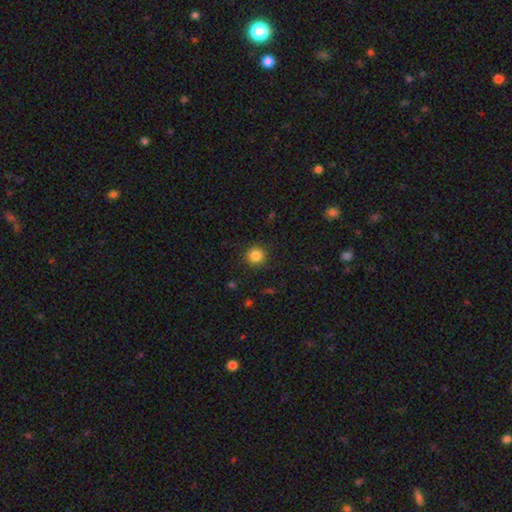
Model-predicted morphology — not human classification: smooth_or_featured: smooth (p=0.85) [alt: star or artifact p=0.11]
how_rounded: round (p=0.93) [alt: in between p=0.06]
merging: none (p=0.90) [alt: minor disturbance p=0.07]